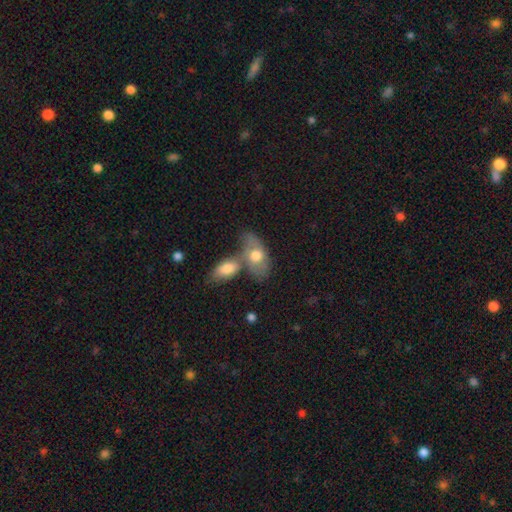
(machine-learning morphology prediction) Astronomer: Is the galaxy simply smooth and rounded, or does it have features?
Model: smooth — 68%.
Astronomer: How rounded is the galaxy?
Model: in between — 89%.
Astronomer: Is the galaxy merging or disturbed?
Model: merger — 52% (runner-up: none, 30%).